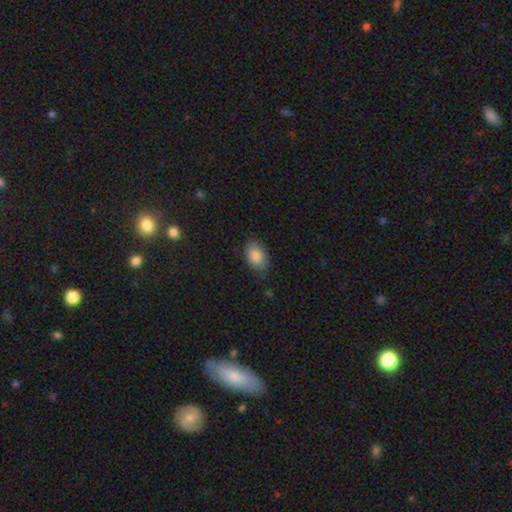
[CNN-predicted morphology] A smooth galaxy with no disk features (83%) that is in between round and cigar-shaped (86%). Merging: none (74%).